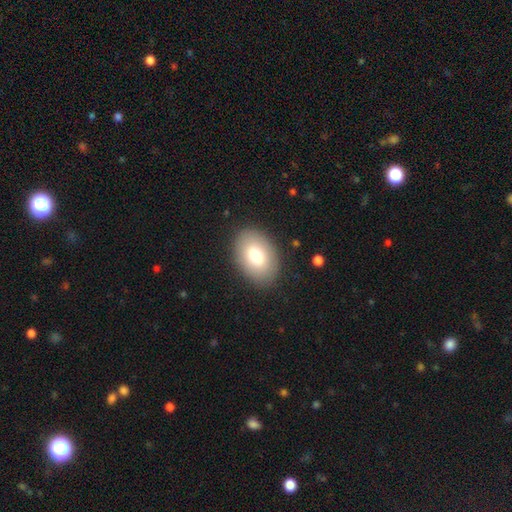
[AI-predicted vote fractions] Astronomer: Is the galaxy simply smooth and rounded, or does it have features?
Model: smooth — 77%.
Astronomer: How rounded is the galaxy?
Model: in between — 84%.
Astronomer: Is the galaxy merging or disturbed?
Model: none — 87%.